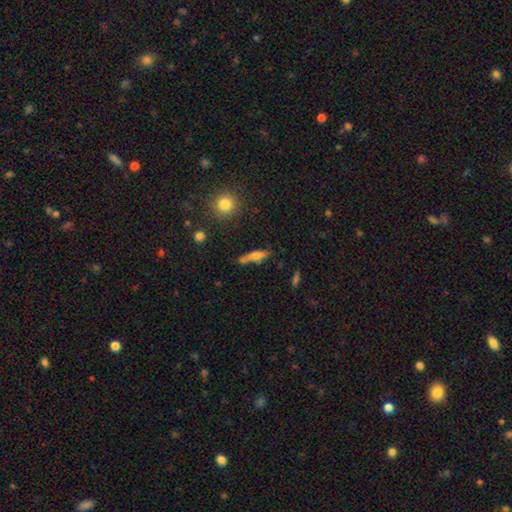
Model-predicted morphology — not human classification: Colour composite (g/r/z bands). It shows a smooth galaxy with no disk features (54%) that is cigar-shaped (69%). Merging: none (61%).